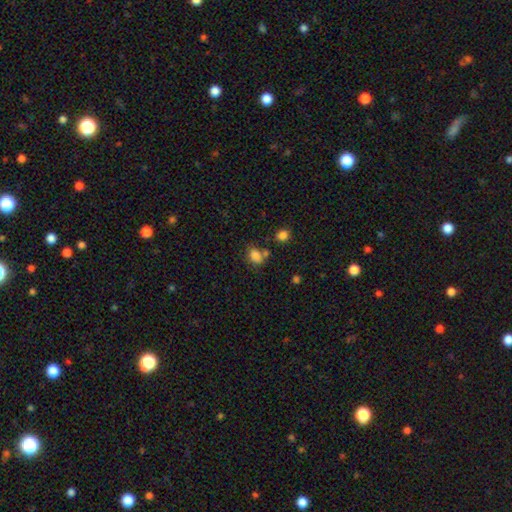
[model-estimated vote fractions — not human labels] Smooth or featured? Predicted: smooth (p=0.81). How rounded? Predicted: in between (p=0.70). Merging? Predicted: none (p=0.53).